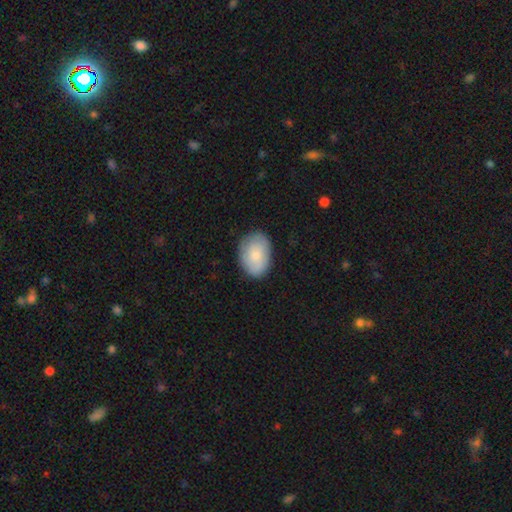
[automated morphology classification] Smooth or featured? Predicted: smooth (p=0.78). How rounded? Predicted: in between (p=0.81). Merging? Predicted: none (p=0.81).